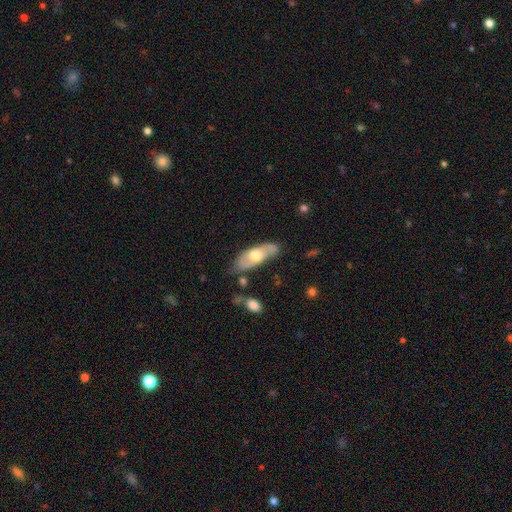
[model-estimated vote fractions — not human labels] smooth 49%, featured or disk 45%, star or artifact 5%. Down the decision tree: merging — none (71%).